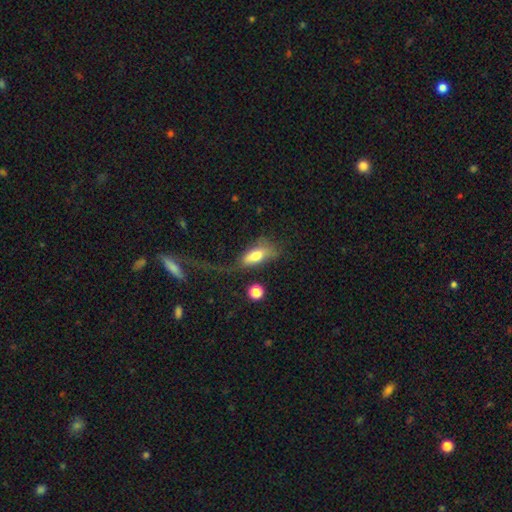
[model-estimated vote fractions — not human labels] This is likely a smooth galaxy (71%). How rounded: clearly in between (82%). Merging: possibly major disturbance (47%).